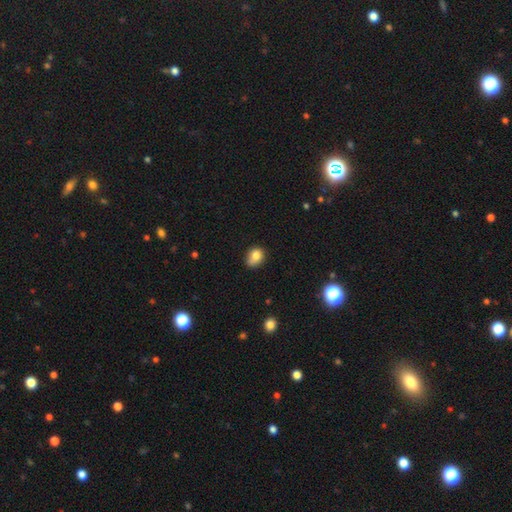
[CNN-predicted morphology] type=smooth (81%); roundness=in between (54%); merging=none (56%).